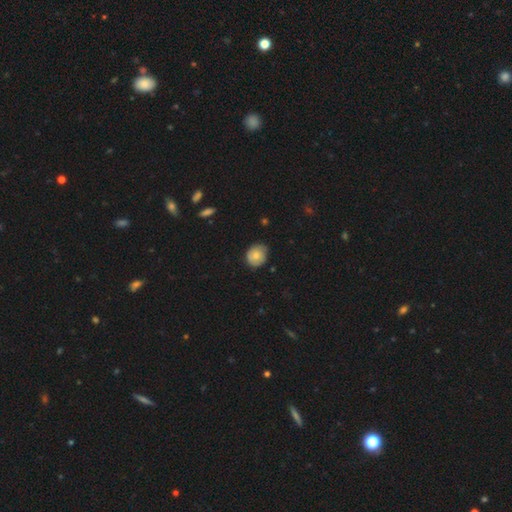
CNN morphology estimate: Overall: smooth (71%). How rounded: round (78%). Merging: none (71%).